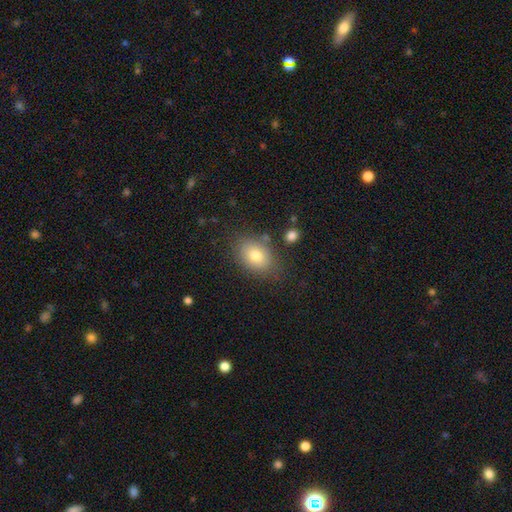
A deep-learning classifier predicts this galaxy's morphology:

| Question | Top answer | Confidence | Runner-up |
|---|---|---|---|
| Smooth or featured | smooth | 78% | featured or disk (13%) |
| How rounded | in between | 76% | round (23%) |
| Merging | none | 76% | minor disturbance (16%) |